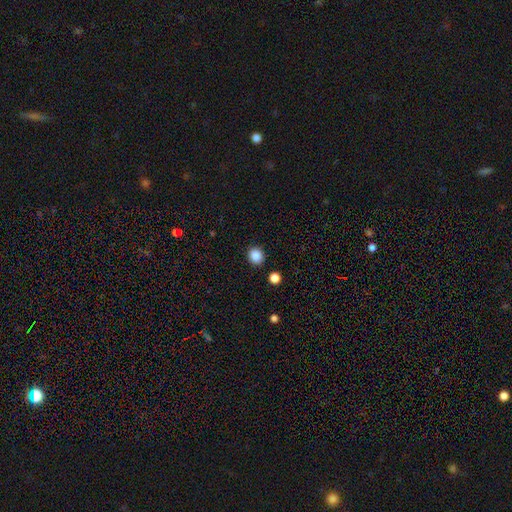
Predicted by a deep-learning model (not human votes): smooth_or_featured: smooth (p=0.87) [alt: star or artifact p=0.10]
how_rounded: round (p=0.85) [alt: in between p=0.14]
merging: none (p=0.90) [alt: minor disturbance p=0.06]